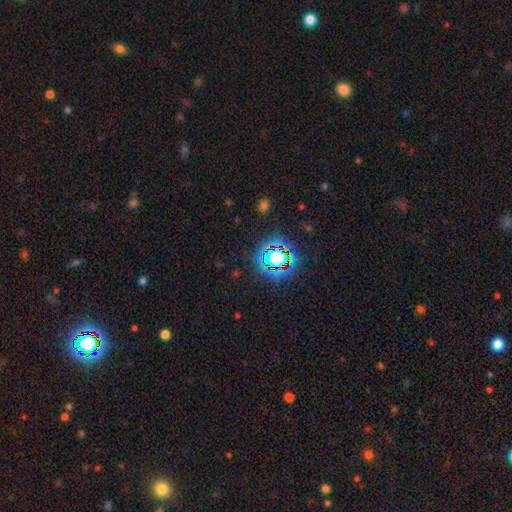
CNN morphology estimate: Smooth or featured? star or artifact (81%)